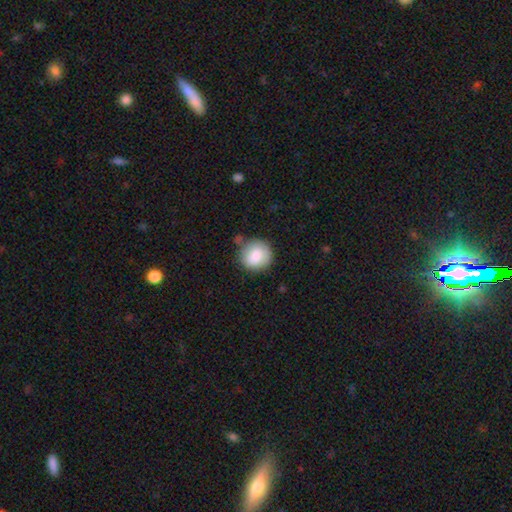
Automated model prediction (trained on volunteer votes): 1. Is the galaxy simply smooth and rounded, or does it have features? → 83% smooth, 10% featured or disk, 7% star or artifact.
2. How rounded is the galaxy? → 88% round, 11% in between, 1% cigar-shaped.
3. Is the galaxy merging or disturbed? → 73% none, 18% minor disturbance, 5% merger, 5% major disturbance.